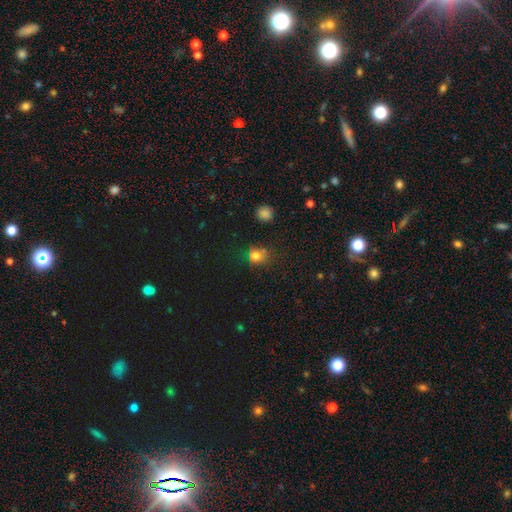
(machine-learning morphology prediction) A smooth galaxy with no disk features (75%) that is round (70%). Merging: none (63%).